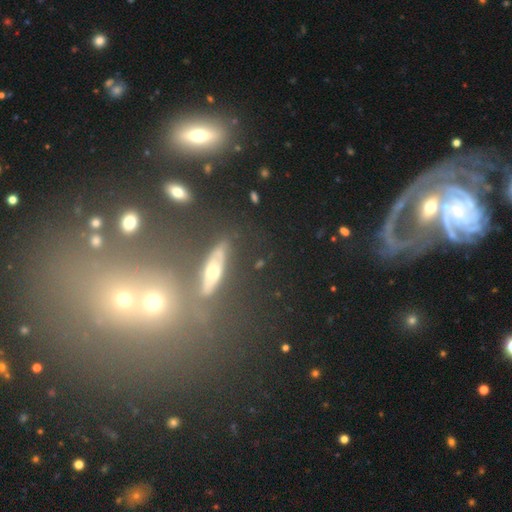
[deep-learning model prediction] Q: Smooth or featured?
A: featured or disk (44%); runner-up: smooth (29%)
Q: Merging?
A: none (53%); runner-up: merger (24%)